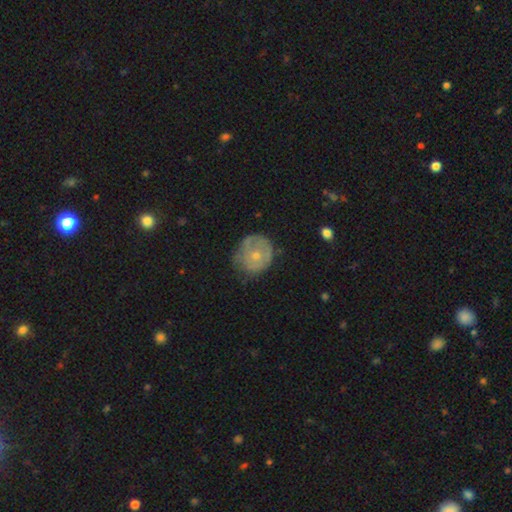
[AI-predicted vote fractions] A featured or disk galaxy (48%).

Vote fractions:
- Smooth or featured? featured or disk: 48% / smooth: 45% / star or artifact: 7%
- Merging? none: 58% / minor disturbance: 29% / major disturbance: 11% / merger: 2%